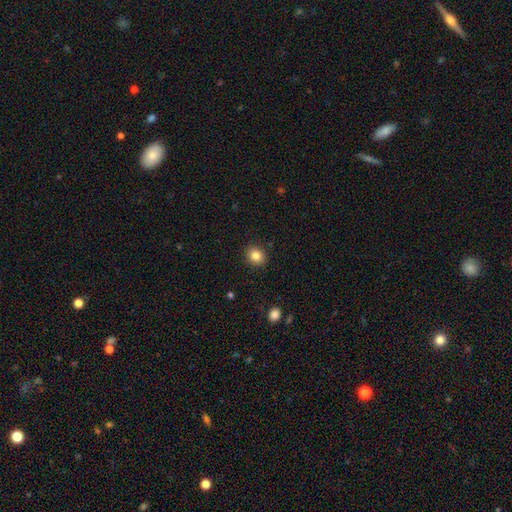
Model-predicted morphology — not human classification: Smooth or featured?
  - smooth: 85% *
  - star or artifact: 10%
  - featured or disk: 6%
How rounded?
  - round: 64% *
  - in between: 35%
  - cigar-shaped: 1%
Merging?
  - none: 90% *
  - minor disturbance: 7%
  - major disturbance: 2%
  - merger: 1%